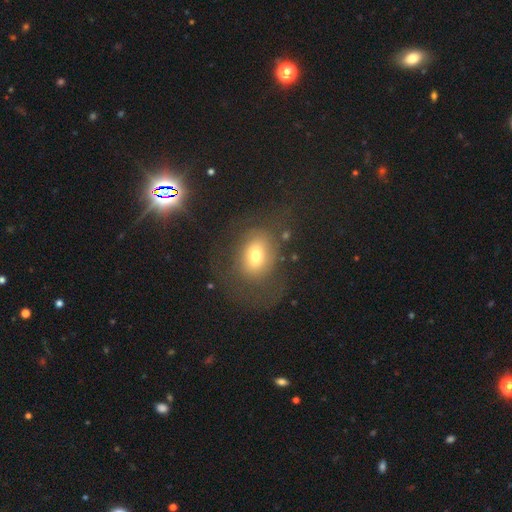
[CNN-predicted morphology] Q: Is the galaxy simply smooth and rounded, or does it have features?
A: smooth — 59%.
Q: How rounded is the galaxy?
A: in between — 61%.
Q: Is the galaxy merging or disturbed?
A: none — 52%.